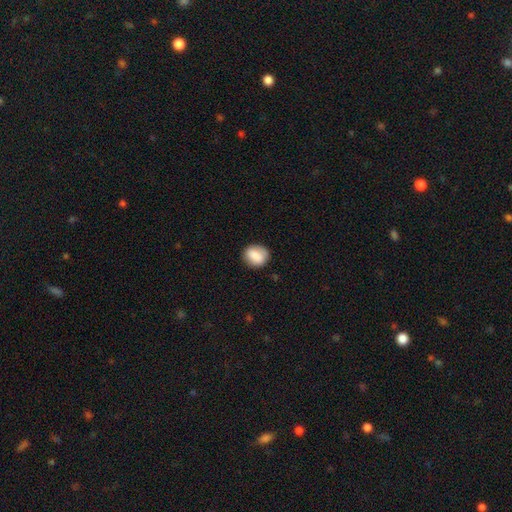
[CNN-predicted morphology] Smooth or featured? smooth (84%)
How rounded? round (57%)
Merging? none (80%)